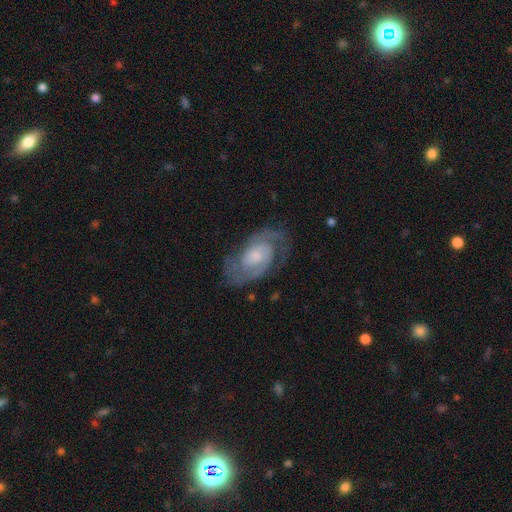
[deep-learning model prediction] featured or disk 84%, smooth 10%, star or artifact 6%. Down the decision tree: edge-on disk — no (96%); bar — no (61%); spiral arms — yes (96%); spiral arm count — 2 (79%); spiral winding — tight (49%); bulge size — small (41%); merging — none (75%).